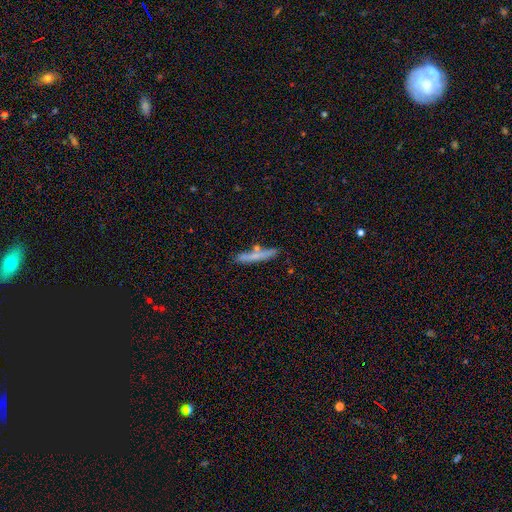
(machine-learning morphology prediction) Overall: smooth (66%; featured or disk 27%). How rounded: cigar-shaped (93%). Merging: none (76%).